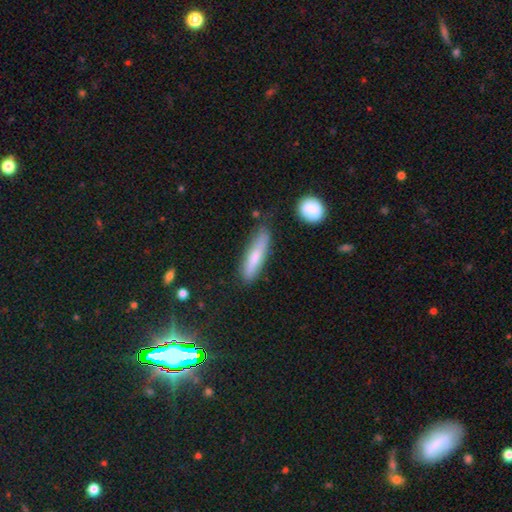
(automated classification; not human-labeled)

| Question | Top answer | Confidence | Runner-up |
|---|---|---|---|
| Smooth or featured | smooth | 70% | featured or disk (22%) |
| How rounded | cigar-shaped | 79% | in between (19%) |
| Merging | none | 71% | minor disturbance (20%) |